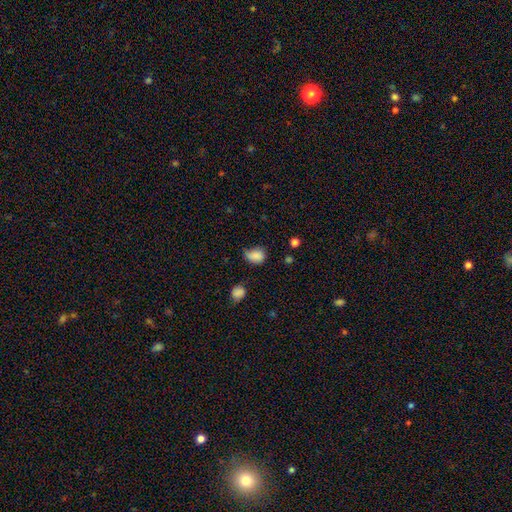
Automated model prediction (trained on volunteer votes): Smooth or featured: smooth — 82% (star or artifact — 10%)
How rounded: in between — 65% (round — 34%)
Merging: minor disturbance — 40% (tied with none — 40%)